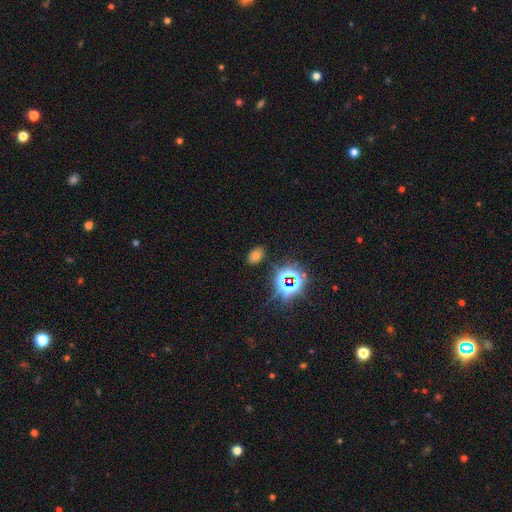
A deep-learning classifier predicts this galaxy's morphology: Q: Smooth or featured?
A: smooth (58%); runner-up: star or artifact (32%)
Q: How rounded?
A: in between (86%); runner-up: round (13%)
Q: Merging?
A: none (84%); runner-up: minor disturbance (11%)